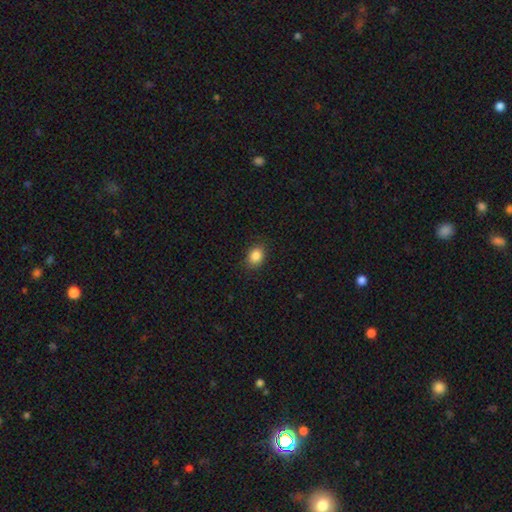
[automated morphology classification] smooth 86%, star or artifact 9%, featured or disk 5%. Down the decision tree: how rounded — in between (64%); merging — none (87%).